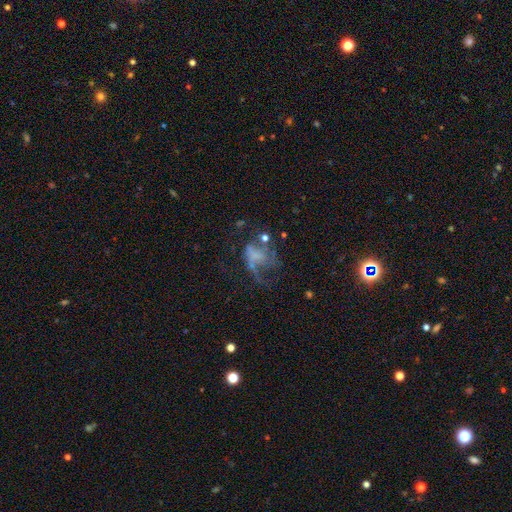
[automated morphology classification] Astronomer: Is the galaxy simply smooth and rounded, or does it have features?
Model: featured or disk — 55%.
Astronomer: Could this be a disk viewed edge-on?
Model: no — 98%.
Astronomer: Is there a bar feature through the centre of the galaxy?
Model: no — 79%.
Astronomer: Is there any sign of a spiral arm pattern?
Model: no — 62% (runner-up: yes, 38%).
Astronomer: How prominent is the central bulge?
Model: none — 66%.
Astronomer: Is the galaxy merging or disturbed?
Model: major disturbance — 51%.